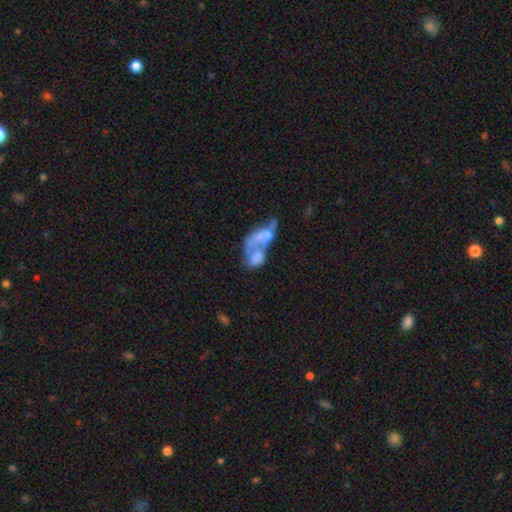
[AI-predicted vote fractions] Overall: featured or disk (49%; smooth 40%). Merging: merger (62%).